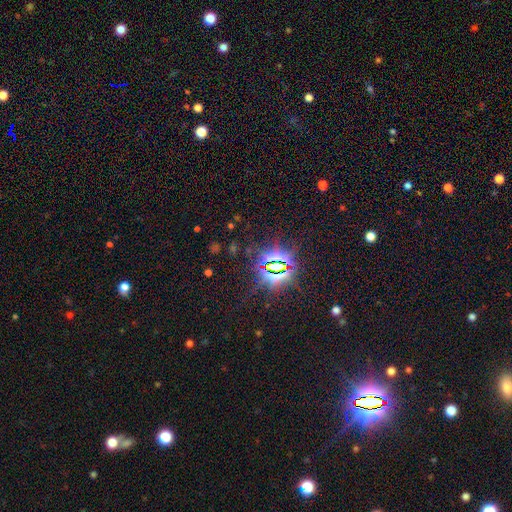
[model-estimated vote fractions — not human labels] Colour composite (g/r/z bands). It shows a star or artifact, not a galaxy (84%).